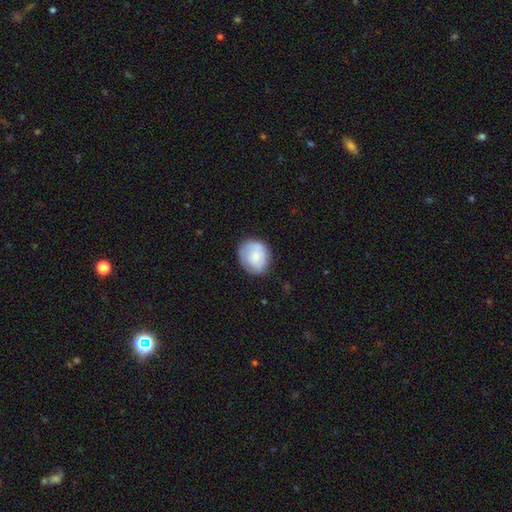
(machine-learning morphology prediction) Q: Smooth or featured?
A: smooth (69%); runner-up: featured or disk (24%)
Q: How rounded?
A: round (69%); runner-up: in between (30%)
Q: Merging?
A: none (70%); runner-up: minor disturbance (22%)